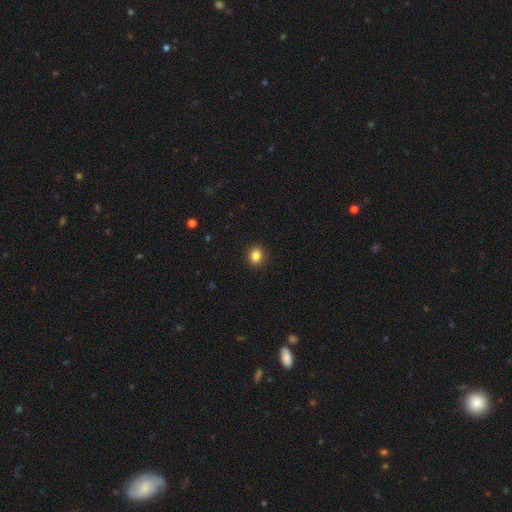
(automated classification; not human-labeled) smooth 85%, star or artifact 11%, featured or disk 5%. Down the decision tree: how rounded — round (71%); merging — none (92%).